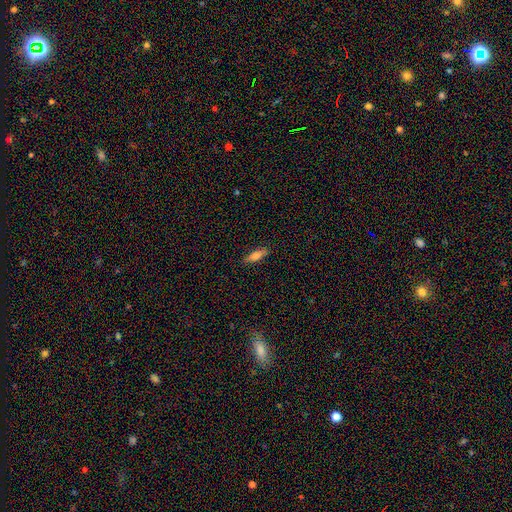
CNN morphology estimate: Smooth or featured? Predicted: smooth (p=0.69). How rounded? Predicted: cigar-shaped (p=0.53). Merging? Predicted: none (p=0.87).